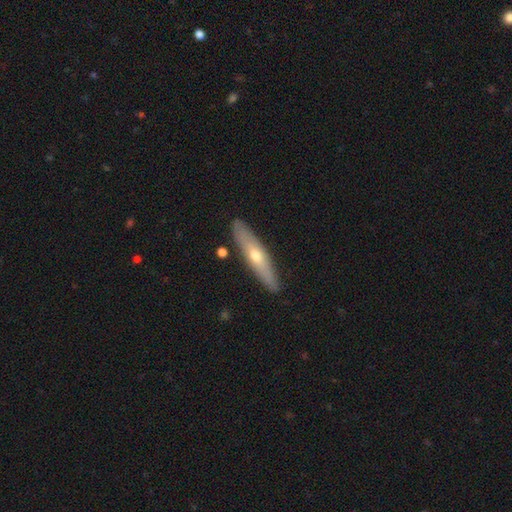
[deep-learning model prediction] Smooth or featured? featured or disk (50%)
Merging? none (88%)